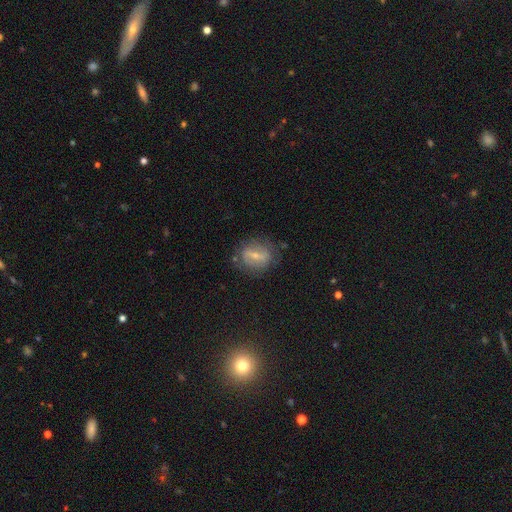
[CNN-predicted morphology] The model was most divided on "bar": strong: 47%, weak: 38%, no: 15%. More confident: edge-on disk — no (92%); merging — none (73%); smooth or featured — featured or disk (64%); bulge size — small (58%); spiral arms — yes (55%).